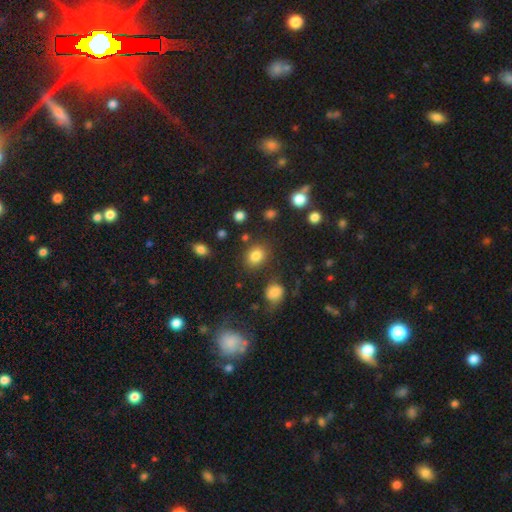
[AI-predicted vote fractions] Smooth or featured? smooth (81%)
How rounded? round (55%)
Merging? none (80%)